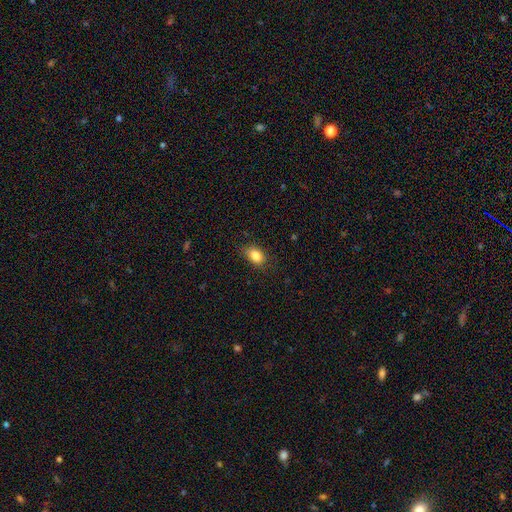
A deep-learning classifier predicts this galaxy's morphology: A smooth galaxy with no disk features (85%) that is in between round and cigar-shaped (80%).

Vote fractions:
- Smooth or featured? smooth: 85% / star or artifact: 9% / featured or disk: 6%
- How rounded? in between: 80% / round: 18% / cigar-shaped: 2%
- Merging? none: 81% / minor disturbance: 15% / major disturbance: 3% / merger: 1%